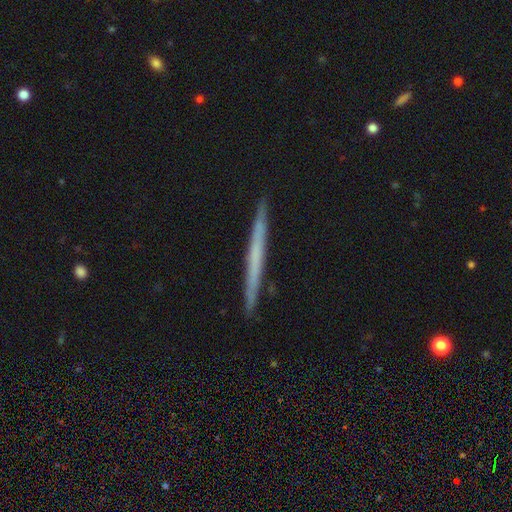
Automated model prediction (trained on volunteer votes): smooth_or_featured: featured or disk (p=0.51) [alt: smooth p=0.42]
disk_edge_on: yes (p=0.97) [alt: no p=0.03]
merging: none (p=0.92) [alt: minor disturbance p=0.06]